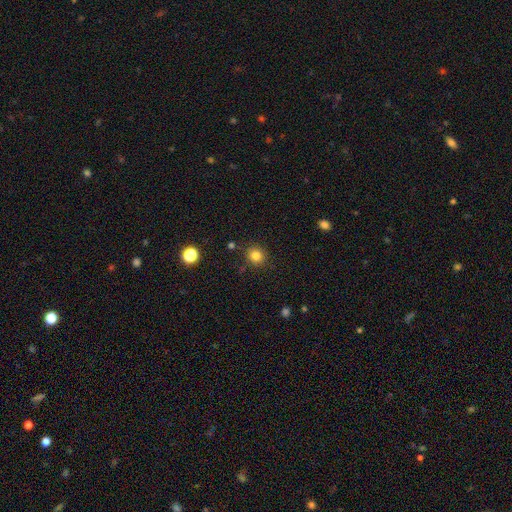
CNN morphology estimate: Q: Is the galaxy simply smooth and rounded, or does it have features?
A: smooth — 82%.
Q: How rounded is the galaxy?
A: round — 89%.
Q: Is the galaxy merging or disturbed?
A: none — 88%.